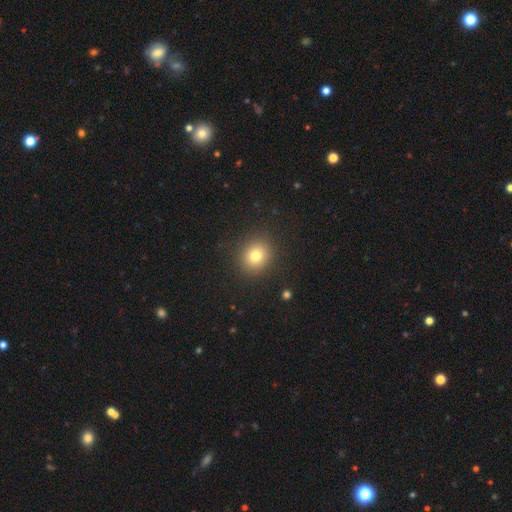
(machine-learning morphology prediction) Smooth or featured?
  - smooth: 78% *
  - star or artifact: 13%
  - featured or disk: 9%
How rounded?
  - round: 78% *
  - in between: 21%
  - cigar-shaped: 1%
Merging?
  - none: 89% *
  - minor disturbance: 7%
  - major disturbance: 3%
  - merger: 1%